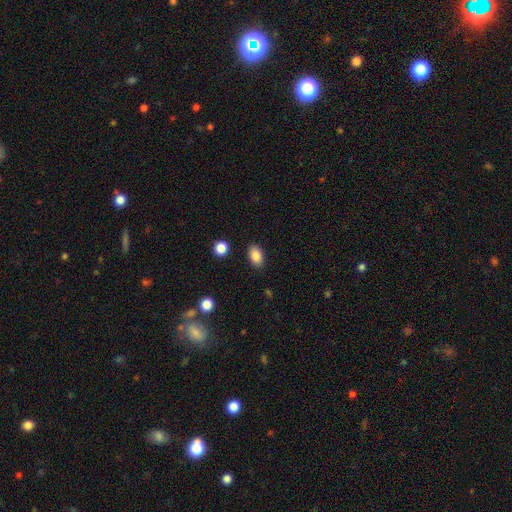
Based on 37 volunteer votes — Smooth or featured?
  - smooth: 92% *
  - star or artifact: 5%
  - featured or disk: 3%
How rounded?
  - in between: 88% *
  - round: 9%
  - cigar-shaped: 3%
Merging?
  - none: 86% *
  - major disturbance: 9%
  - minor disturbance: 3%
  - merger: 3%